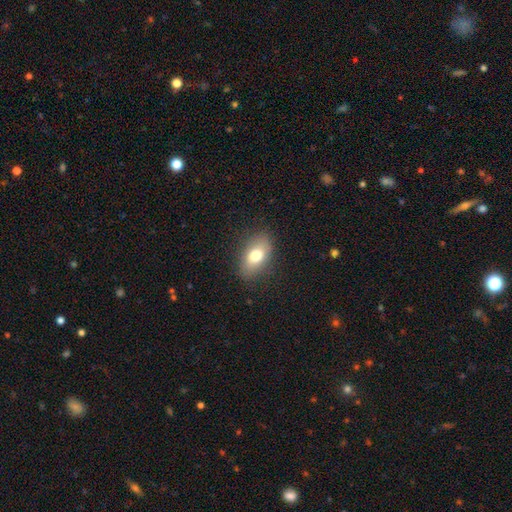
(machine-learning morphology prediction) This appears to be a smooth galaxy with no disk features (74%) that is in between round and cigar-shaped (88%). Merging: none (83%).